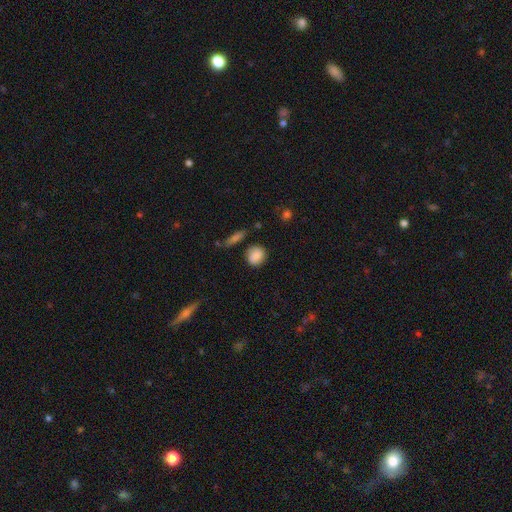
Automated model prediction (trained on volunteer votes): smooth 80%, featured or disk 12%, star or artifact 9%. Down the decision tree: how rounded — round (76%); merging — none (74%).